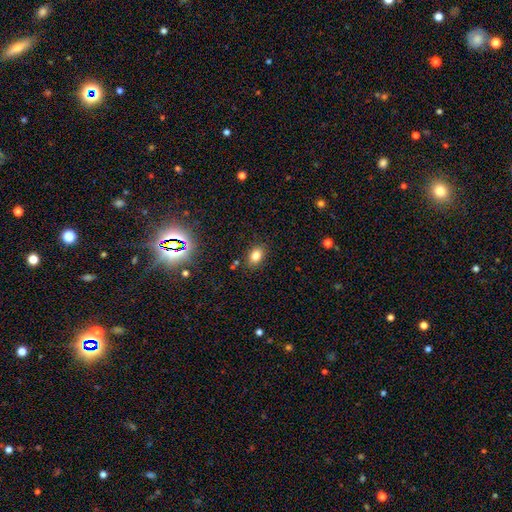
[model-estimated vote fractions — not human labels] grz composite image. It shows a smooth galaxy with no disk features (80%) that is in between round and cigar-shaped (78%). Merging: none (84%).